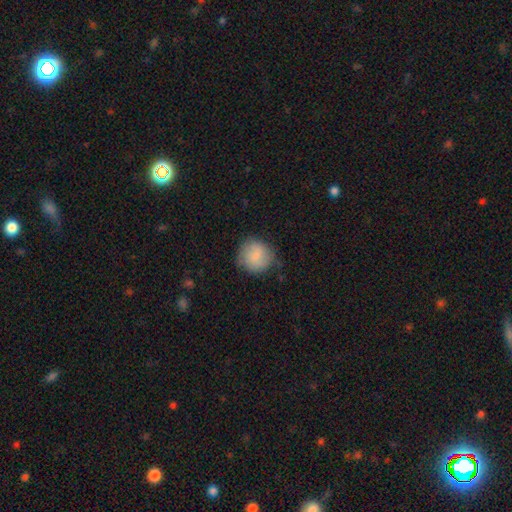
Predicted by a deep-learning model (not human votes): smooth_or_featured: smooth (p=0.81) [alt: featured or disk p=0.13]
how_rounded: round (p=0.90) [alt: in between p=0.09]
merging: none (p=0.75) [alt: minor disturbance p=0.19]